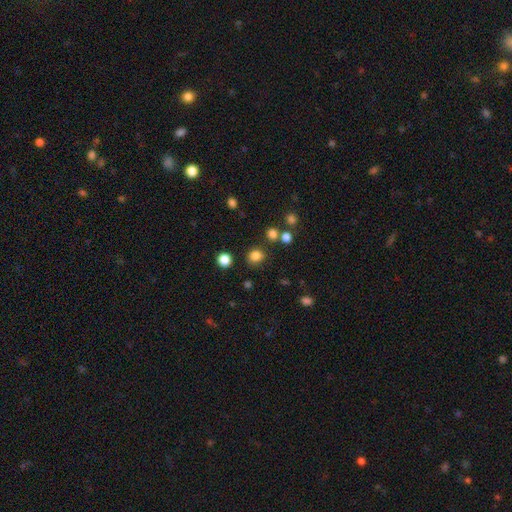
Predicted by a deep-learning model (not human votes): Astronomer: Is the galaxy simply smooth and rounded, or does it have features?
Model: smooth — 81%.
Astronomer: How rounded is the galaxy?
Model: round — 76%.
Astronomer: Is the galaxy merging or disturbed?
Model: none — 83%.